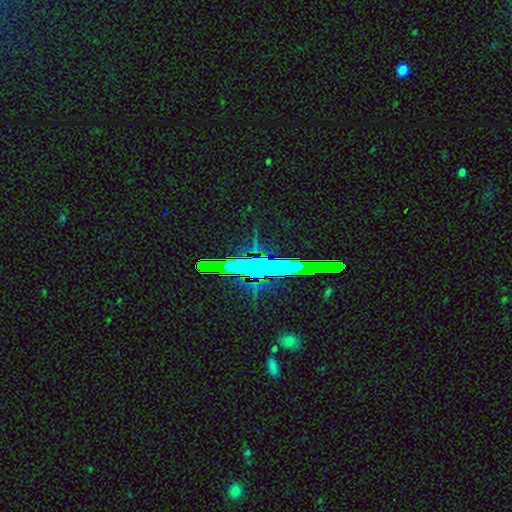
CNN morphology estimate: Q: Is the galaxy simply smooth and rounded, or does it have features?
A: star or artifact — 78%.